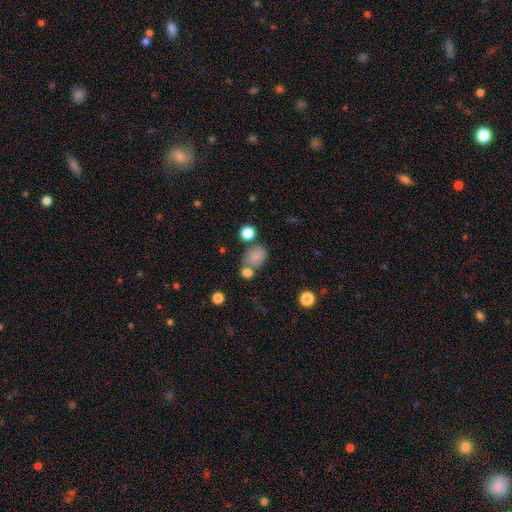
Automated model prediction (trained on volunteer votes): Smooth or featured: smooth — 79% (star or artifact — 12%)
How rounded: round — 51% (in between — 48%)
Merging: none — 56% (merger — 23%)